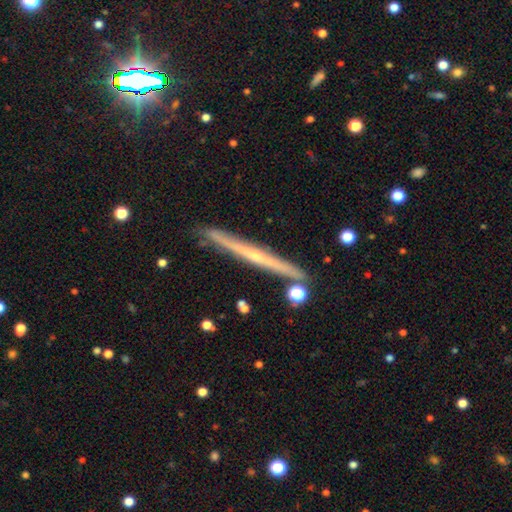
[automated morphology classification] Smooth or featured?
  - featured or disk: 71% *
  - smooth: 22%
  - star or artifact: 7%
Edge-on disk?
  - yes: 97% *
  - no: 3%
Edge-on bulge?
  - rounded: 49% *
  - none: 48%
  - boxy: 3%
Merging?
  - none: 89% *
  - minor disturbance: 8%
  - merger: 2%
  - major disturbance: 1%